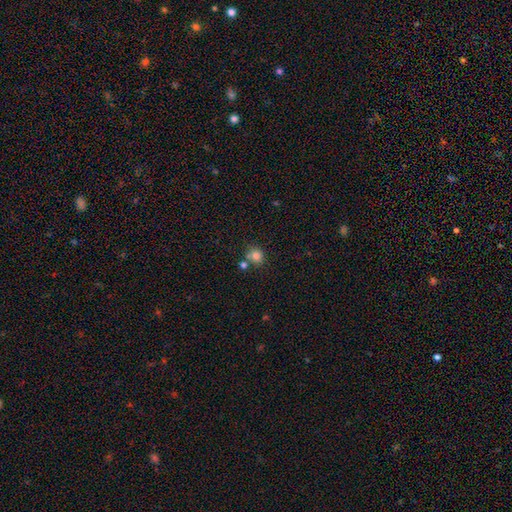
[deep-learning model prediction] smooth 80%, star or artifact 12%, featured or disk 8%. Down the decision tree: how rounded — round (82%); merging — none (65%).